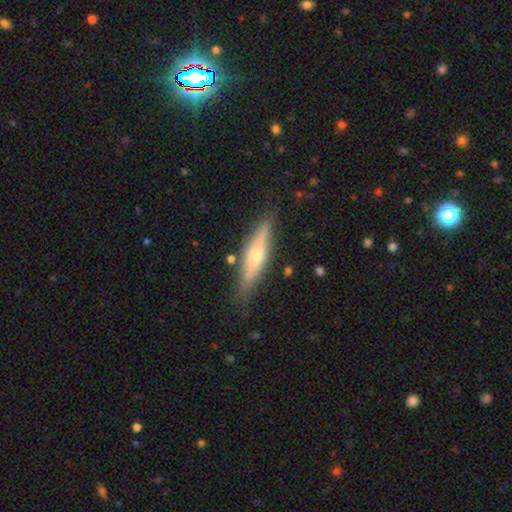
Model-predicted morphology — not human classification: Smooth or featured: featured or disk — 62% (smooth — 31%)
Edge-on disk: yes — 93% (no — 7%)
Edge-on bulge: rounded — 85% (none — 10%)
Merging: none — 84% (minor disturbance — 11%)